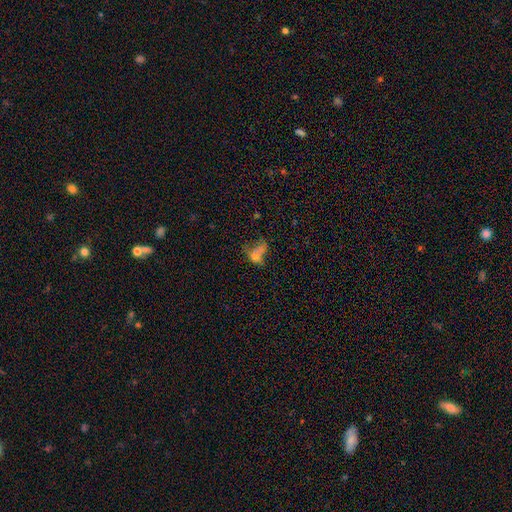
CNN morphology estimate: A smooth galaxy with no disk features (51%) that is in between round and cigar-shaped (60%). Merging: merger (30%).